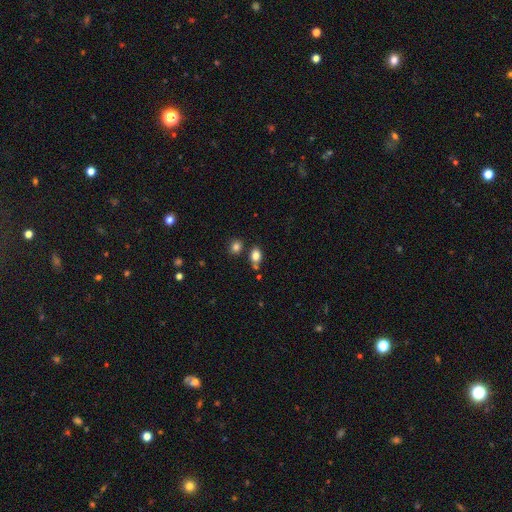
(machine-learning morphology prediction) A smooth galaxy with no disk features (82%) that is in between round and cigar-shaped (70%). Merging: none (69%).